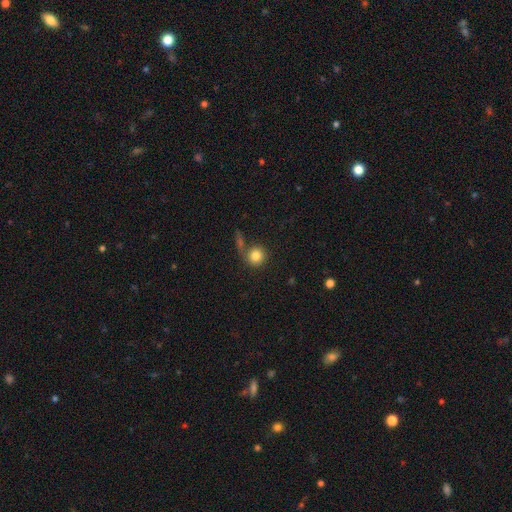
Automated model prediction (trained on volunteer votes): A smooth galaxy with no disk features (81%) that is round (91%). Merging: none (57%).